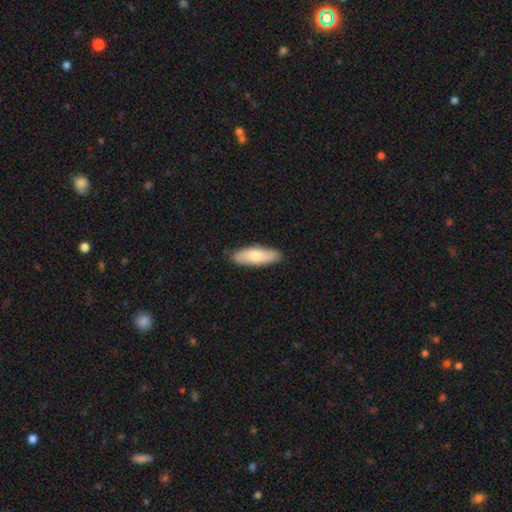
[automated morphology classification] smooth_or_featured: smooth (p=0.74) [alt: featured or disk p=0.21]
how_rounded: in between (p=0.54) [alt: cigar-shaped p=0.44]
merging: none (p=0.85) [alt: minor disturbance p=0.12]